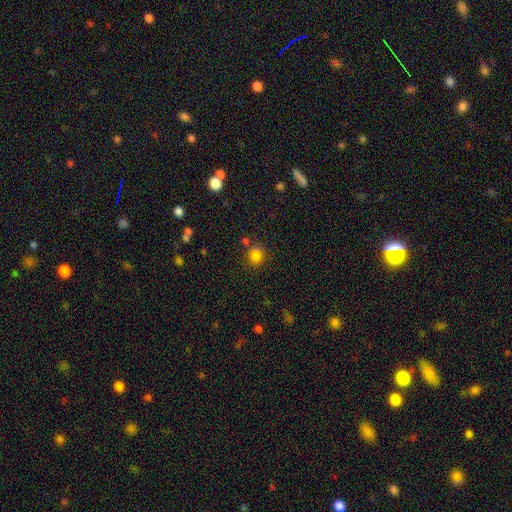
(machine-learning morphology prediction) A smooth galaxy with no disk features (79%) that is round (83%). Merging: none (72%).